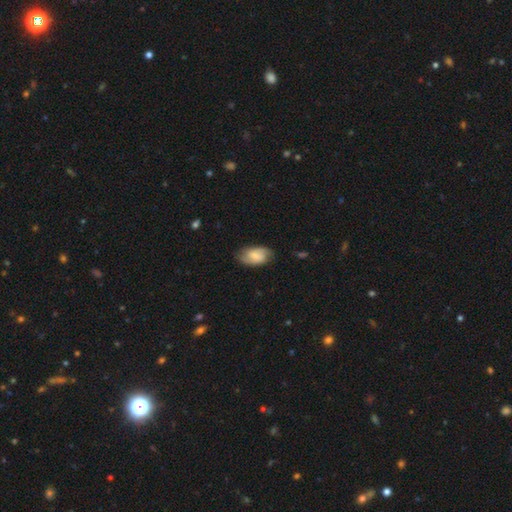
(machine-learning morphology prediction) smooth-or-featured: smooth: 56% | featured or disk: 37% | star or artifact: 7%
  how-rounded: in between: 92% | round: 6% | cigar-shaped: 2%
  merging: none: 73% | minor disturbance: 21% | major disturbance: 5% | merger: 1%